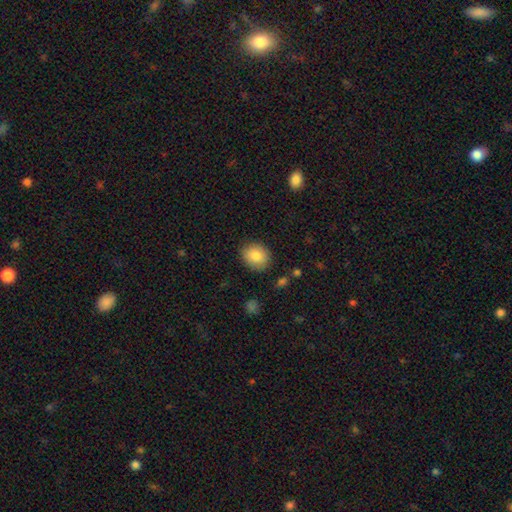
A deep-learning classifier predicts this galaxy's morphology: Smooth or featured: smooth — 85% (star or artifact — 8%)
How rounded: round — 66% (in between — 33%)
Merging: none — 87% (minor disturbance — 9%)